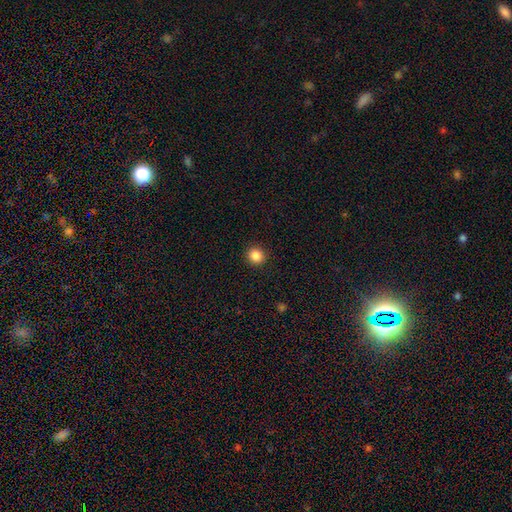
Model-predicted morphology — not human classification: Smooth or featured? smooth (87%)
How rounded? round (92%)
Merging? none (92%)